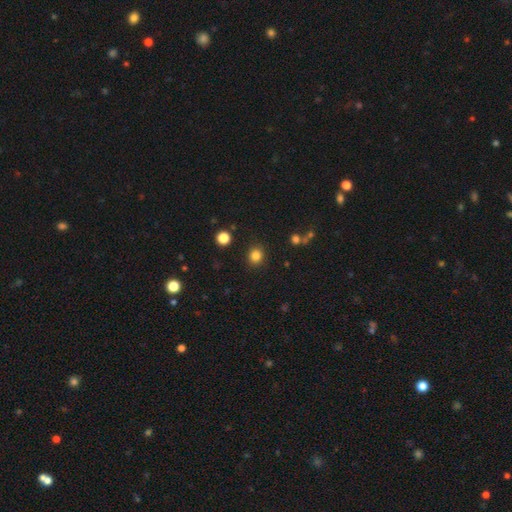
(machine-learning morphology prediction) Smooth or featured?
  - smooth: 83% *
  - star or artifact: 12%
  - featured or disk: 5%
How rounded?
  - round: 81% *
  - in between: 18%
  - cigar-shaped: 1%
Merging?
  - none: 87% *
  - minor disturbance: 7%
  - major disturbance: 3%
  - merger: 2%